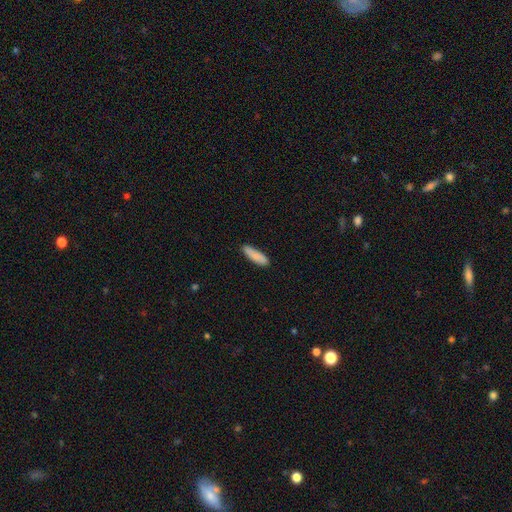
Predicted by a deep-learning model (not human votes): Overall: smooth (84%). How rounded: cigar-shaped (56%; in between 43%). Merging: none (84%).